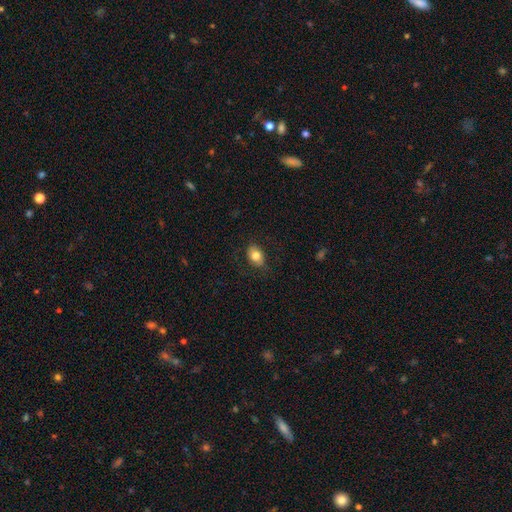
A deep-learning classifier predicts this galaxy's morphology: smooth 80%, featured or disk 12%, star or artifact 8%. Down the decision tree: how rounded — in between (75%); merging — none (79%).